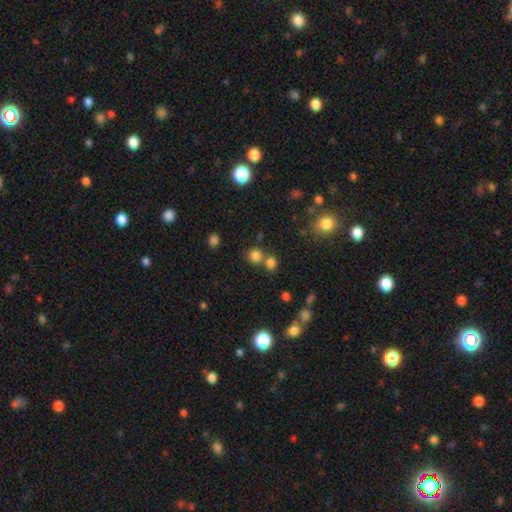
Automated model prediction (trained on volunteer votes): Q: Smooth or featured?
A: smooth (77%); runner-up: star or artifact (17%)
Q: How rounded?
A: round (89%); runner-up: in between (10%)
Q: Merging?
A: none (62%); runner-up: merger (28%)